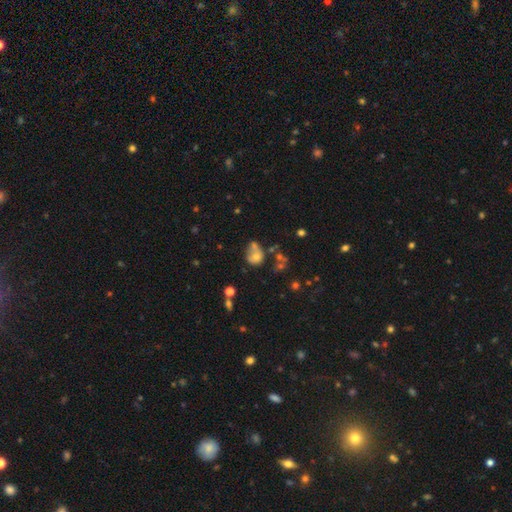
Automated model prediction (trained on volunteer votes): A smooth galaxy with no disk features (63%) that is round (53%).

Vote fractions:
- Smooth or featured? smooth: 63% / featured or disk: 23% / star or artifact: 14%
- How rounded? round: 53% / in between: 46% / cigar-shaped: 1%
- Merging? merger: 36% / none: 30% / minor disturbance: 18% / major disturbance: 16%